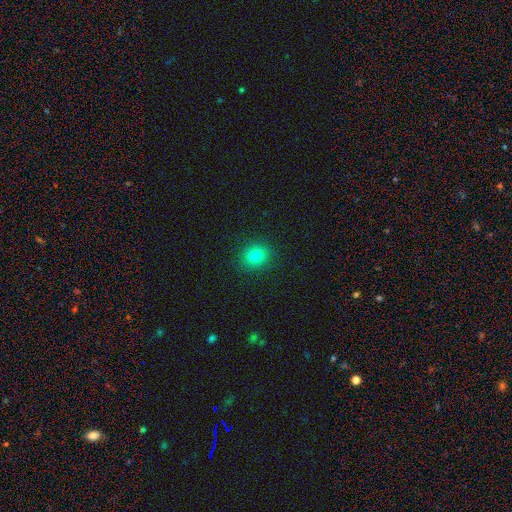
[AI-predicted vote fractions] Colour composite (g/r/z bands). It shows a smooth galaxy with no disk features (81%) that is round (76%). Merging: none (90%).